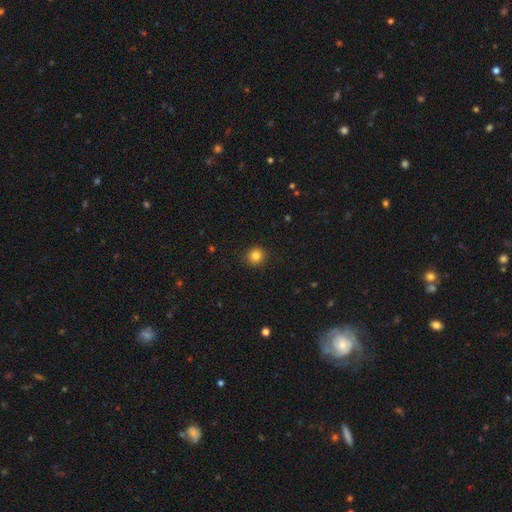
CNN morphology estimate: This appears to be a smooth galaxy with no disk features (83%) that is round (93%). Merging: none (91%).